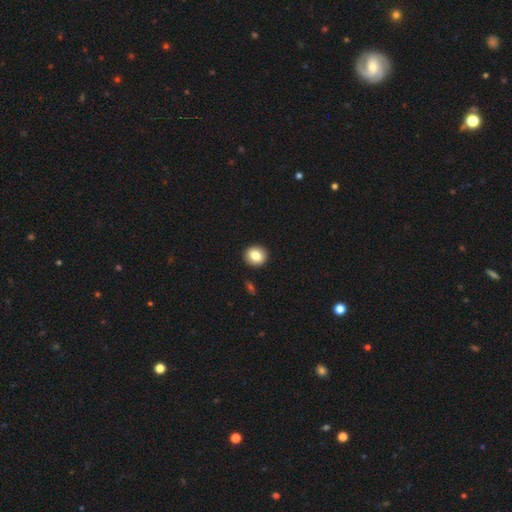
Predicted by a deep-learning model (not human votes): Overall: smooth (81%). How rounded: round (85%). Merging: none (92%).